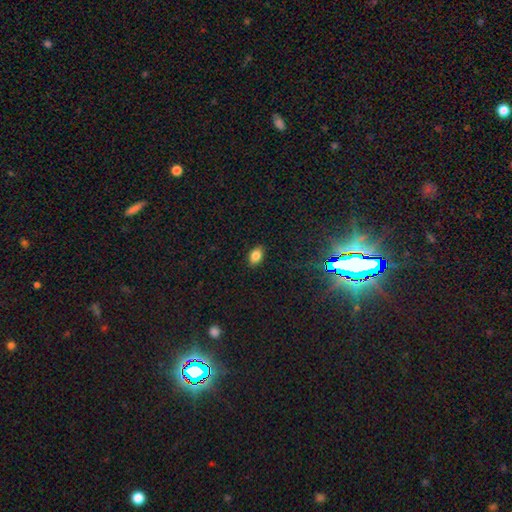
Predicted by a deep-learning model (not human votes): Smooth or featured? smooth (83%)
How rounded? in between (83%)
Merging? none (88%)